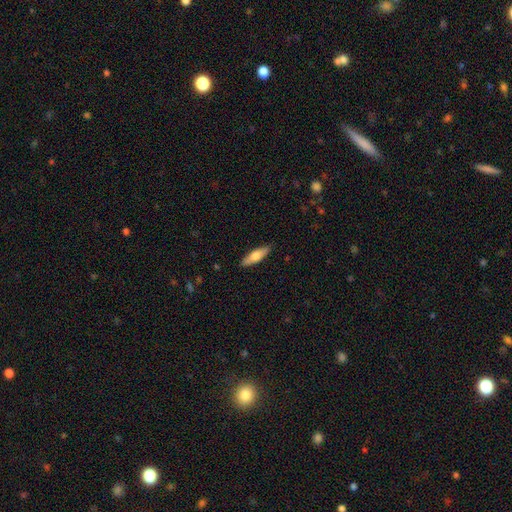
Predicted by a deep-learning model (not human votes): The model was most divided on "how rounded": cigar-shaped: 60%, in between: 38%, round: 2%. More confident: merging — none (89%); smooth or featured — smooth (64%).